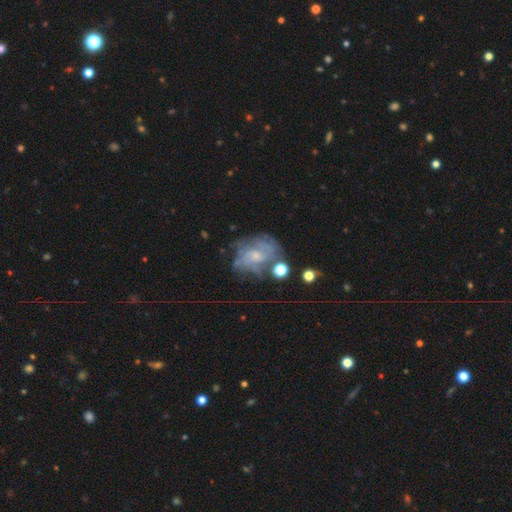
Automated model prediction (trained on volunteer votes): The model was most divided on "merging": none: 51%, minor disturbance: 22%, major disturbance: 19%, merger: 8%. More confident: edge-on disk — no (97%); spiral arms — yes (70%); bar — no (70%); smooth or featured — featured or disk (66%); bulge size — small (64%).